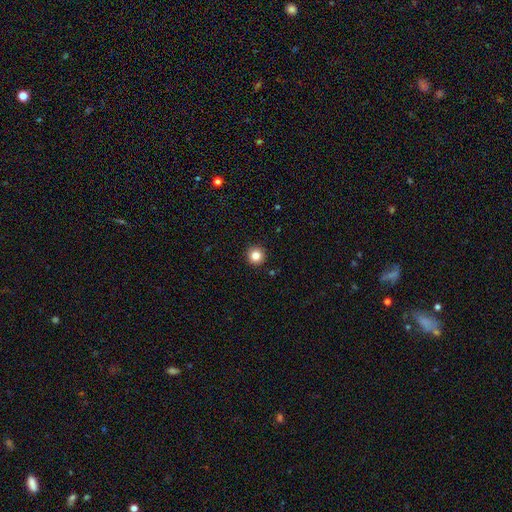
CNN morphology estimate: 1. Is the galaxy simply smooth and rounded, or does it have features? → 83% smooth, 11% star or artifact, 5% featured or disk.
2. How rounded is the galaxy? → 96% round, 3% in between, 1% cigar-shaped.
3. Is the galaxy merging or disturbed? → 93% none, 4% minor disturbance, 1% major disturbance, 1% merger.